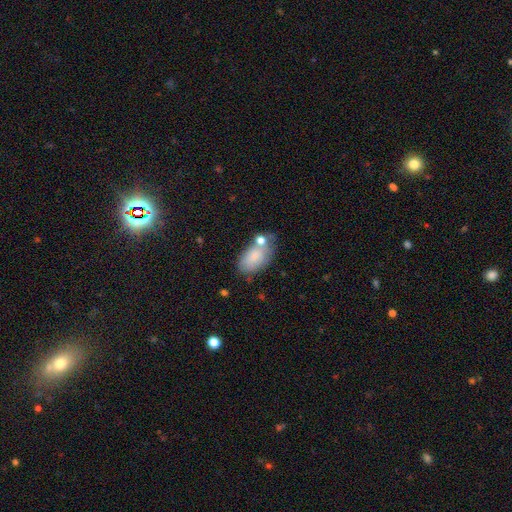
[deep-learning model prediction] This appears to be a smooth galaxy with no disk features (79%) that is in between round and cigar-shaped (93%). Merging: none (49%).